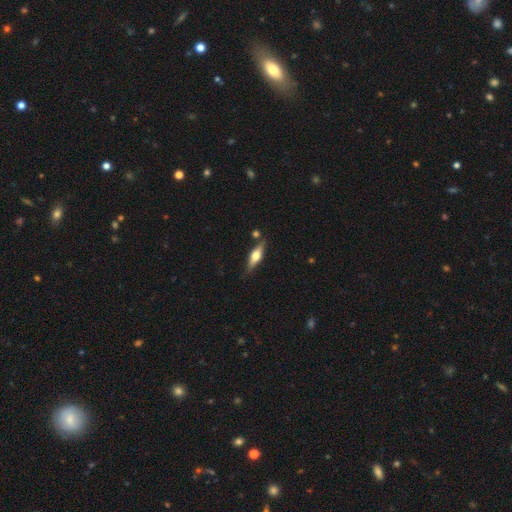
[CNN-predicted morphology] type=featured or disk (62%); edge-on=yes (95%); edge-on bulge=rounded (91%); merging=none (79%).